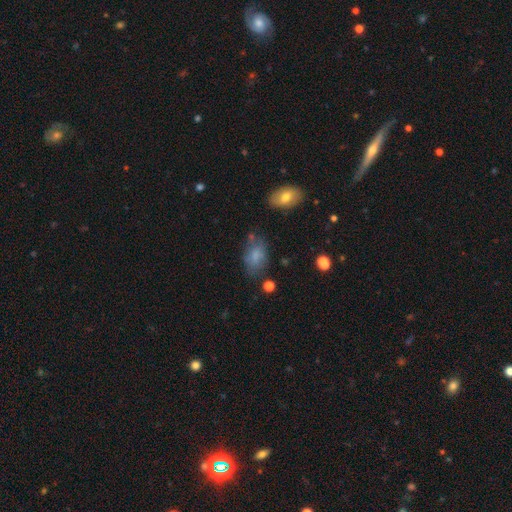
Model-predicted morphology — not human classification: Q: Smooth or featured?
A: smooth (75%); runner-up: featured or disk (15%)
Q: How rounded?
A: in between (87%); runner-up: round (11%)
Q: Merging?
A: none (59%); runner-up: minor disturbance (25%)